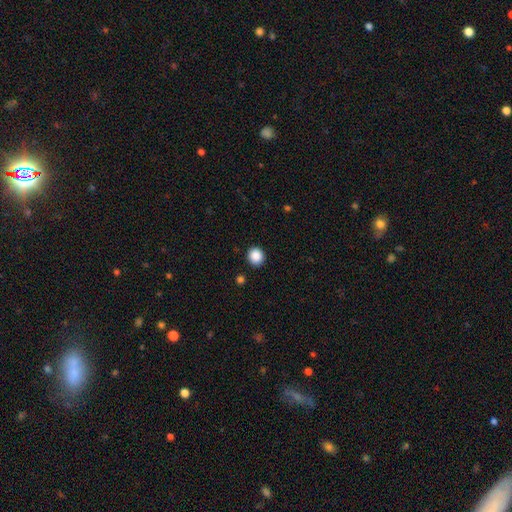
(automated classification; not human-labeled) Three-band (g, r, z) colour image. It shows a smooth galaxy with no disk features (88%) that is round (88%). Merging: none (91%).